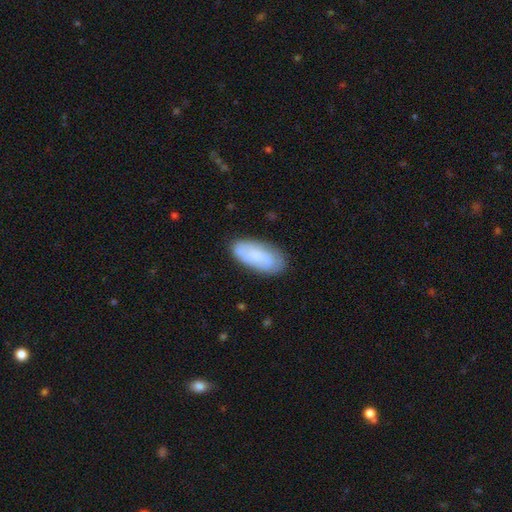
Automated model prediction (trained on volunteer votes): A smooth galaxy with no disk features (68%) that is in between round and cigar-shaped (89%). Merging: none (76%).